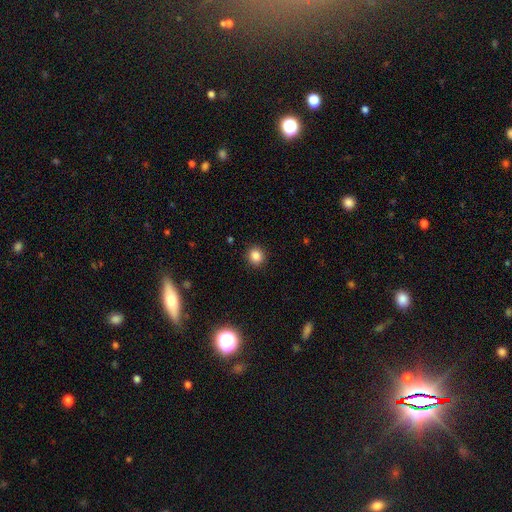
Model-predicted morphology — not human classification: This appears to be a smooth galaxy with no disk features (85%) that is round (84%). Merging: none (91%).